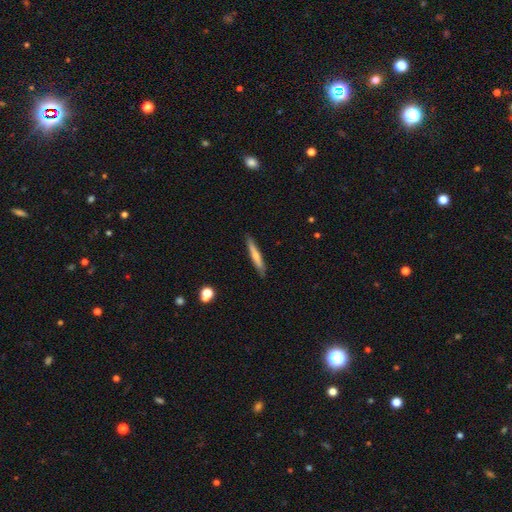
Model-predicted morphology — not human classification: Overall: smooth (62%; featured or disk 32%). How rounded: cigar-shaped (94%). Merging: none (88%).